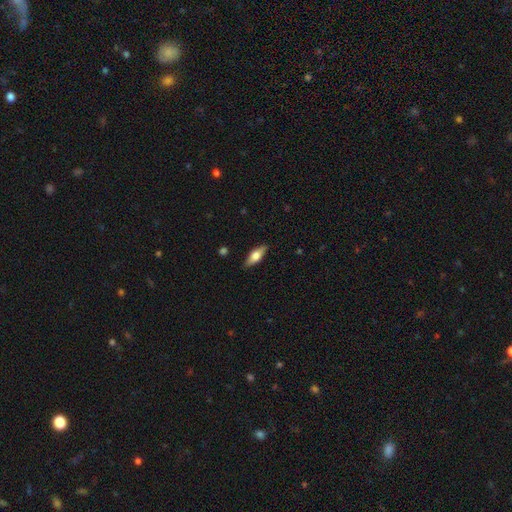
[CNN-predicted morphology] The model was most divided on "smooth or featured": smooth: 58%, featured or disk: 36%, star or artifact: 6%. More confident: merging — none (87%); how rounded — in between (66%).